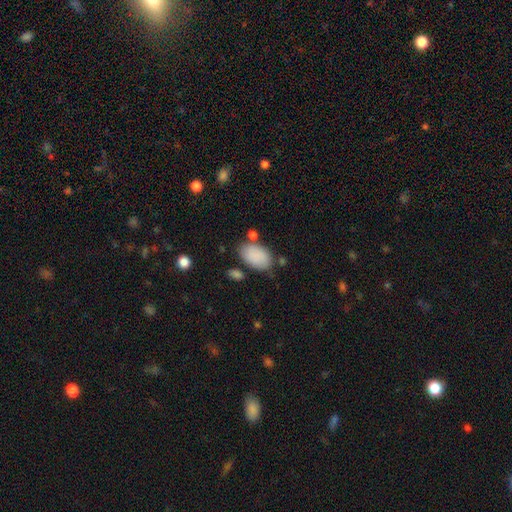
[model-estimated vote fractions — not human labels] Smooth or featured?
  - smooth: 87% *
  - star or artifact: 7%
  - featured or disk: 6%
How rounded?
  - in between: 93% *
  - round: 6%
  - cigar-shaped: 1%
Merging?
  - none: 69% *
  - minor disturbance: 17%
  - merger: 8%
  - major disturbance: 5%